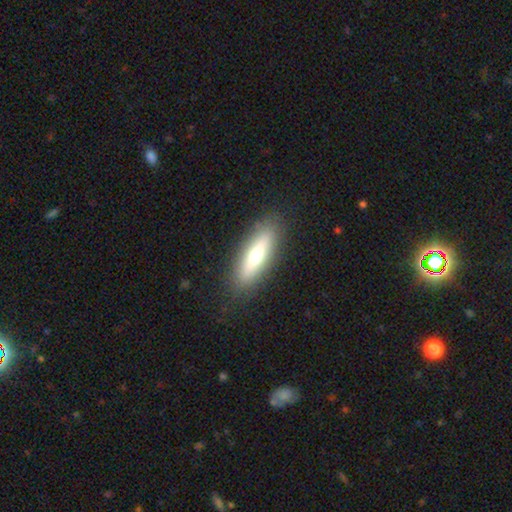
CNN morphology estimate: smooth-or-featured: smooth: 59% | featured or disk: 34% | star or artifact: 7%
  how-rounded: cigar-shaped: 57% | in between: 41% | round: 2%
  merging: none: 88% | minor disturbance: 9% | major disturbance: 2% | merger: 1%